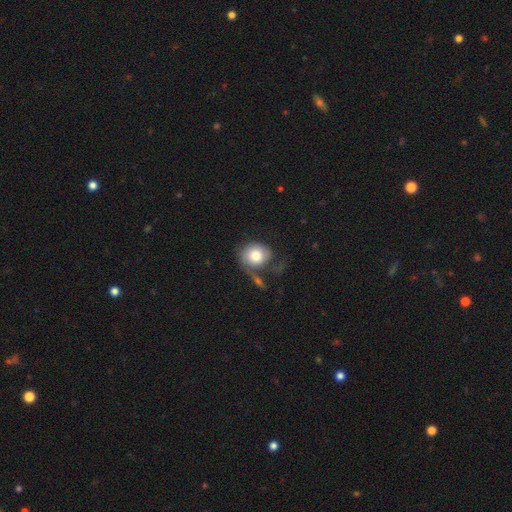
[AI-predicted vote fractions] Overall: smooth (75%). How rounded: round (74%). Merging: none (44%; minor disturbance 23%).